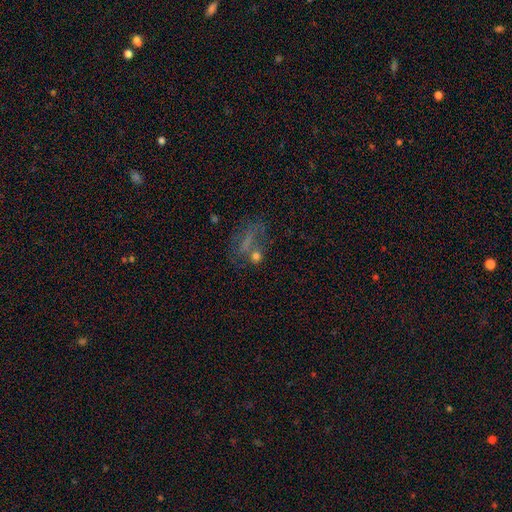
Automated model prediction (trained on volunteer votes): Smooth or featured? Predicted: smooth (p=0.54). How rounded? Predicted: round (p=0.64). Merging? Predicted: none (p=0.47).